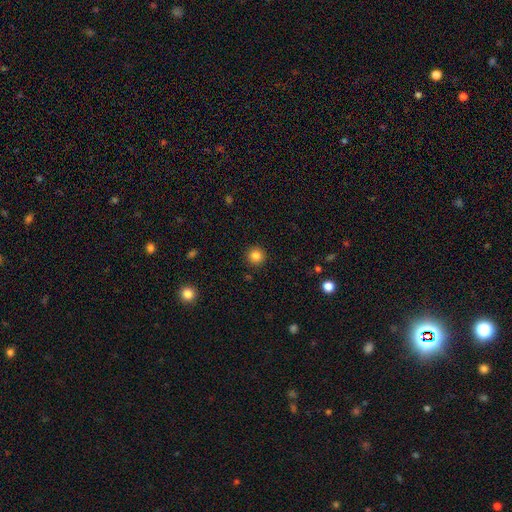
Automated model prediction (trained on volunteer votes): Smooth or featured? smooth (83%)
How rounded? round (94%)
Merging? none (92%)